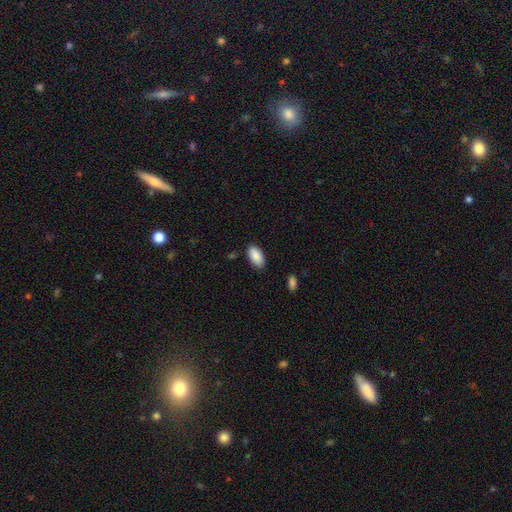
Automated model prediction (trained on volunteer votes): Smooth or featured: smooth — 90% (star or artifact — 6%)
How rounded: in between — 95% (cigar-shaped — 3%)
Merging: none — 85% (minor disturbance — 11%)